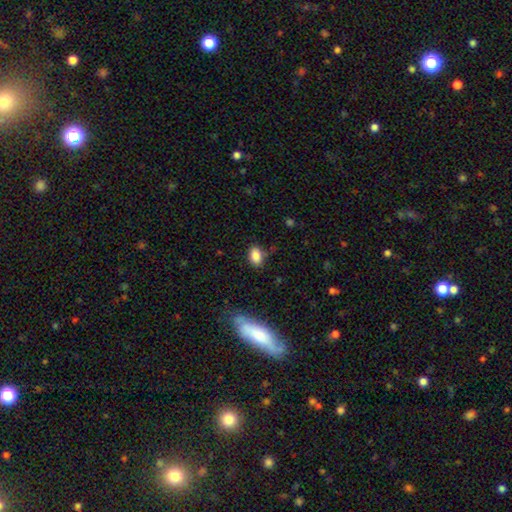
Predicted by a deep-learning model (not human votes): smooth 86%, star or artifact 9%, featured or disk 5%. Down the decision tree: how rounded — in between (86%); merging — none (75%).